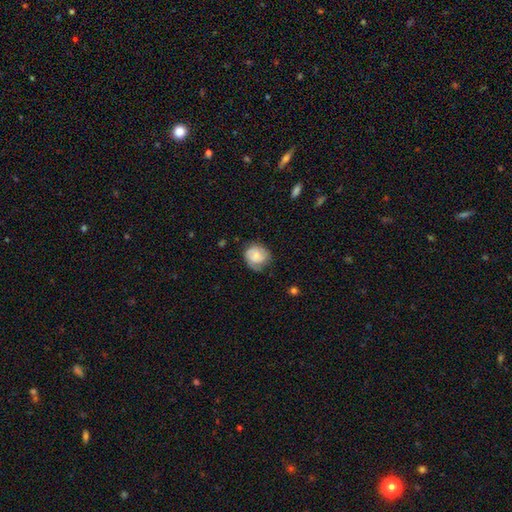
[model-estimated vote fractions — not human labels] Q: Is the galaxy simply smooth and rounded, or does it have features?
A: smooth — 51%.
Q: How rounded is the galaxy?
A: round — 77%.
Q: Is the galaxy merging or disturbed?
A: none — 62%.